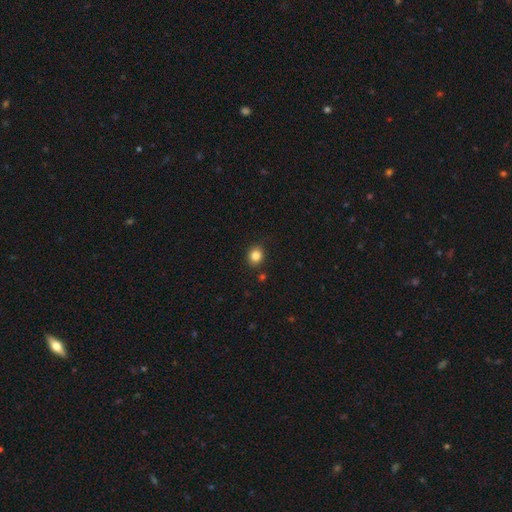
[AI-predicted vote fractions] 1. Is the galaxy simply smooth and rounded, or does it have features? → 84% smooth, 11% star or artifact, 5% featured or disk.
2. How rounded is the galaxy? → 71% round, 28% in between, 1% cigar-shaped.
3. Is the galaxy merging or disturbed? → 86% none, 9% minor disturbance, 2% merger, 2% major disturbance.